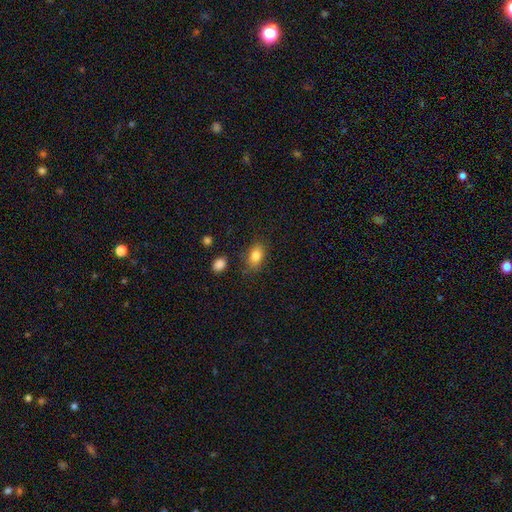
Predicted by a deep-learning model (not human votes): Smooth or featured? Predicted: smooth (p=0.83). How rounded? Predicted: in between (p=0.85). Merging? Predicted: none (p=0.79).